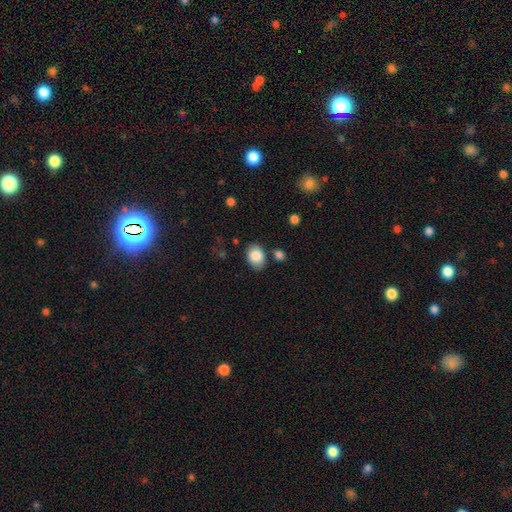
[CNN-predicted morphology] Overall: smooth (86%). How rounded: in between (78%). Merging: none (79%).